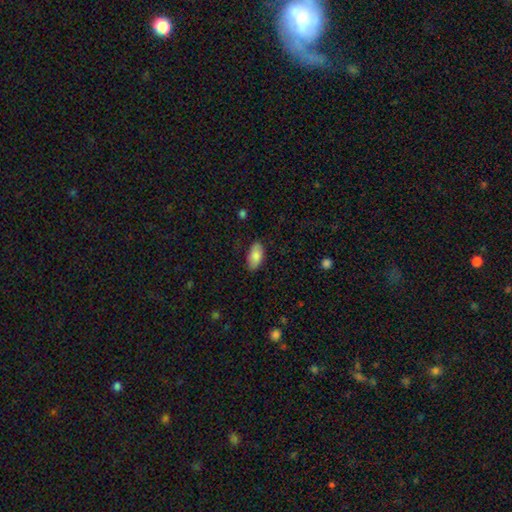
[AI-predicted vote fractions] This appears to be a smooth galaxy with no disk features (83%) that is in between round and cigar-shaped (93%). Merging: none (84%).